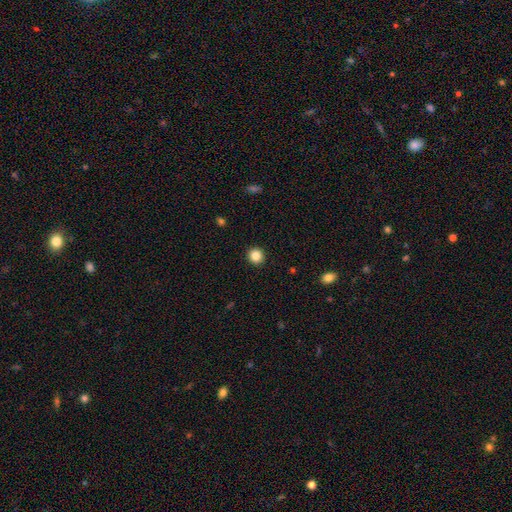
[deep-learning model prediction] Q: Smooth or featured?
A: smooth (85%); runner-up: star or artifact (11%)
Q: How rounded?
A: round (93%); runner-up: in between (6%)
Q: Merging?
A: none (93%); runner-up: minor disturbance (4%)